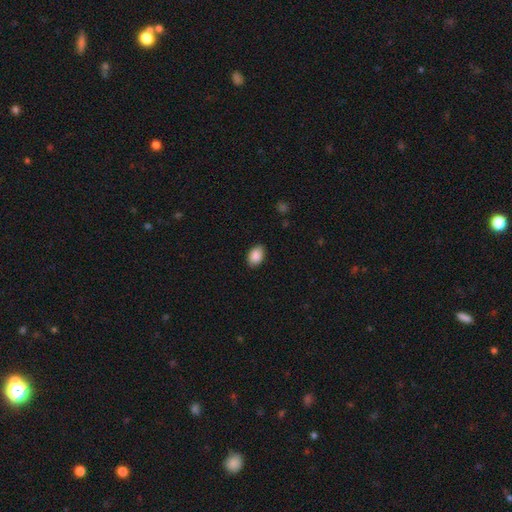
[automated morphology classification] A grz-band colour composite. It shows a smooth galaxy with no disk features (90%) that is in between round and cigar-shaped (87%). Merging: none (86%).